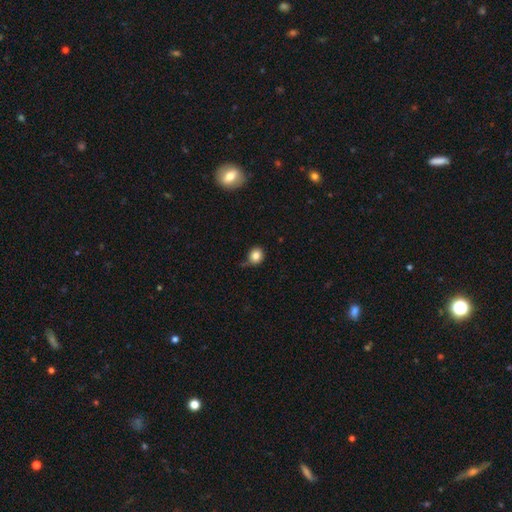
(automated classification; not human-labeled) Smooth or featured? smooth (84%)
How rounded? round (72%)
Merging? none (69%)